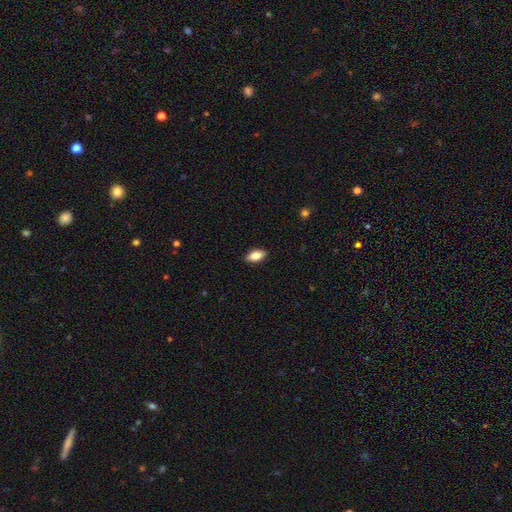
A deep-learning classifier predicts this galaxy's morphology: type=smooth (77%); roundness=in between (88%); merging=none (89%).